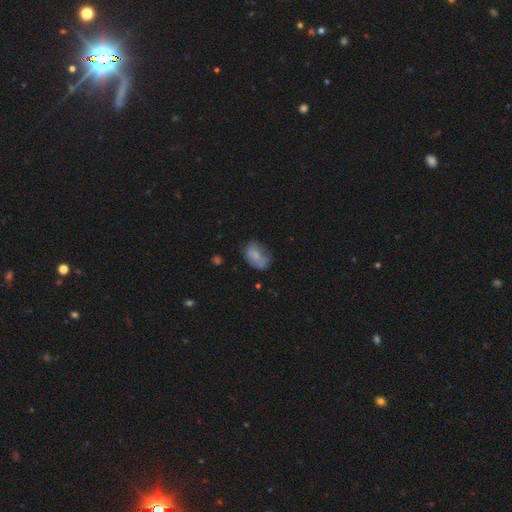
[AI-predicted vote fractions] smooth 69%, featured or disk 22%, star or artifact 9%. Down the decision tree: how rounded — in between (84%); merging — none (49%).